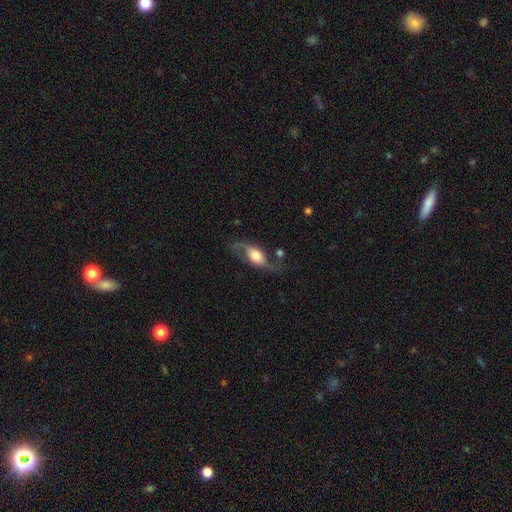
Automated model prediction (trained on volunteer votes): Smooth or featured?
  - featured or disk: 66% *
  - smooth: 28%
  - star or artifact: 6%
Edge-on disk?
  - no: 85% *
  - yes: 15%
Bar?
  - no: 60% *
  - weak: 28%
  - strong: 12%
Spiral arms?
  - yes: 86% *
  - no: 14%
Bulge size?
  - large: 44% *
  - moderate: 37%
  - dominant: 8%
  - small: 8%
  - none: 2%
Merging?
  - none: 60% *
  - minor disturbance: 20%
  - major disturbance: 15%
  - merger: 5%